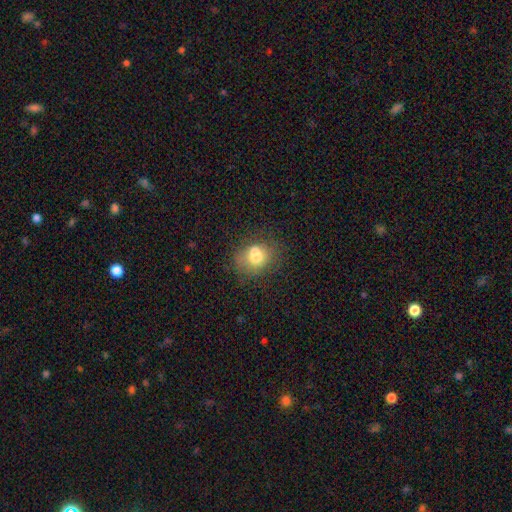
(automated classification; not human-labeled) A smooth galaxy with no disk features (70%) that is round (55%). Merging: none (49%).